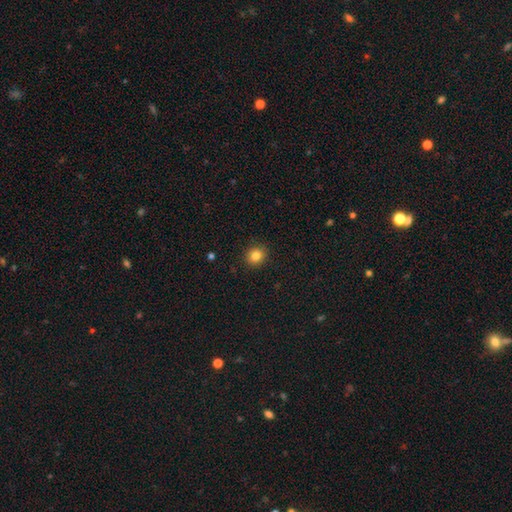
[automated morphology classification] A smooth galaxy with no disk features (83%) that is round (78%). Merging: none (91%).